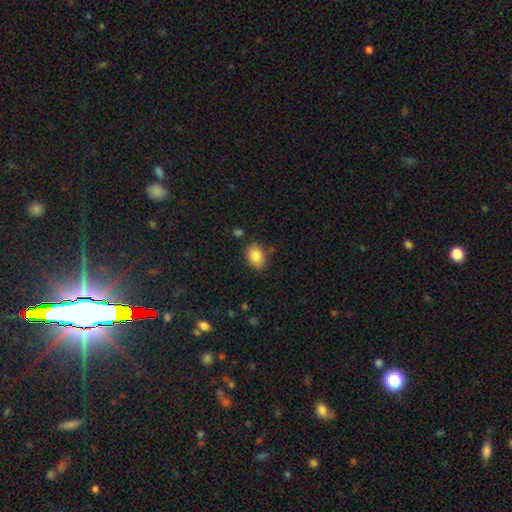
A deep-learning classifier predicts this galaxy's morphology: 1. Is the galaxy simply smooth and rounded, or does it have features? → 84% smooth, 8% star or artifact, 8% featured or disk.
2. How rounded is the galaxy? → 81% in between, 18% round, 1% cigar-shaped.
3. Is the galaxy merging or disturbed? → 79% none, 15% minor disturbance, 3% major disturbance, 3% merger.